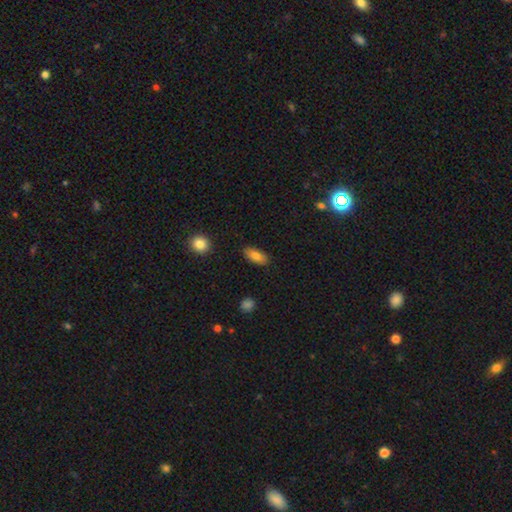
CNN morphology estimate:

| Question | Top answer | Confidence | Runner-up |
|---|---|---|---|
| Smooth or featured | smooth | 83% | featured or disk (10%) |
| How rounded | in between | 88% | cigar-shaped (9%) |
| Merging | none | 86% | minor disturbance (10%) |